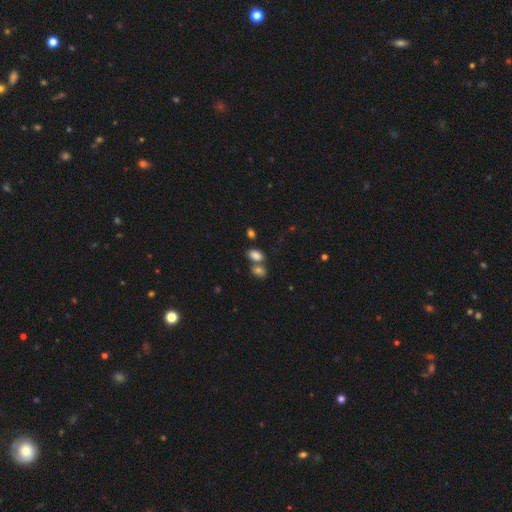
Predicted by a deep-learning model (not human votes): smooth 82%, star or artifact 11%, featured or disk 7%. Down the decision tree: how rounded — in between (86%); merging — none (47%).